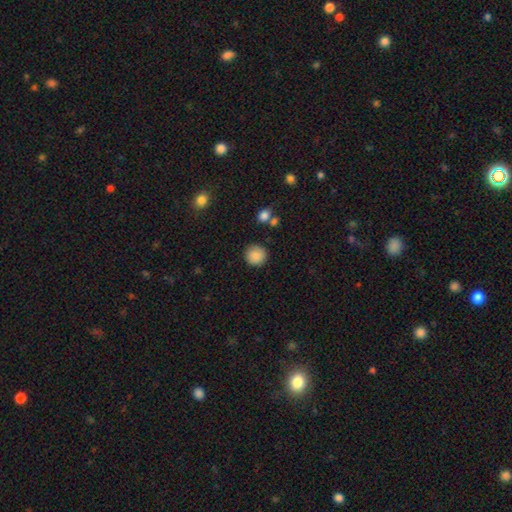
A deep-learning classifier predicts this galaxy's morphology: Smooth or featured?
  - smooth: 87% *
  - star or artifact: 8%
  - featured or disk: 5%
How rounded?
  - round: 94% *
  - in between: 6%
  - cigar-shaped: 1%
Merging?
  - none: 88% *
  - minor disturbance: 7%
  - merger: 2%
  - major disturbance: 2%